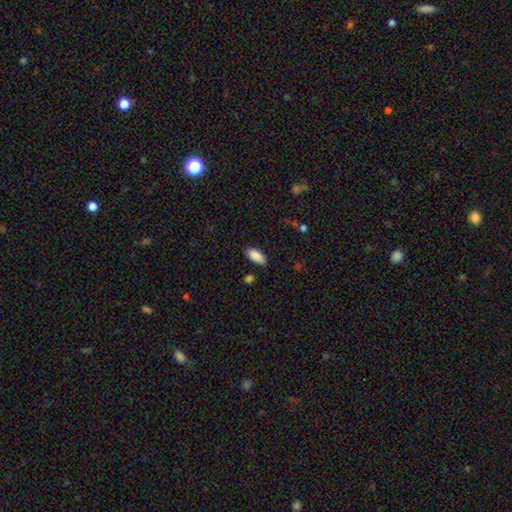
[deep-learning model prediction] Smooth or featured? Predicted: smooth (p=0.88). How rounded? Predicted: in between (p=0.88). Merging? Predicted: none (p=0.83).